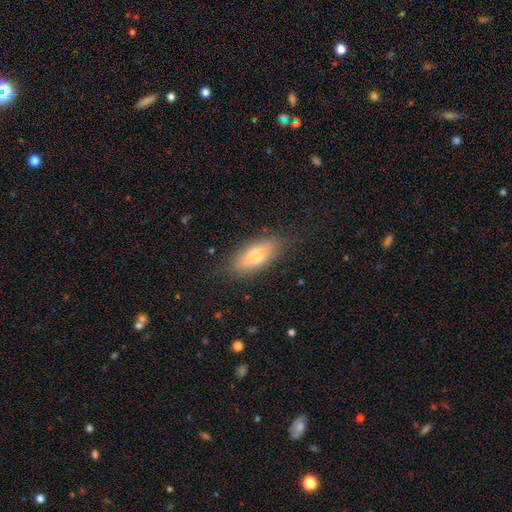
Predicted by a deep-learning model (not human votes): The model was most divided on "smooth or featured": smooth: 73%, featured or disk: 20%, star or artifact: 7%. More confident: how rounded — in between (81%); merging — none (79%).